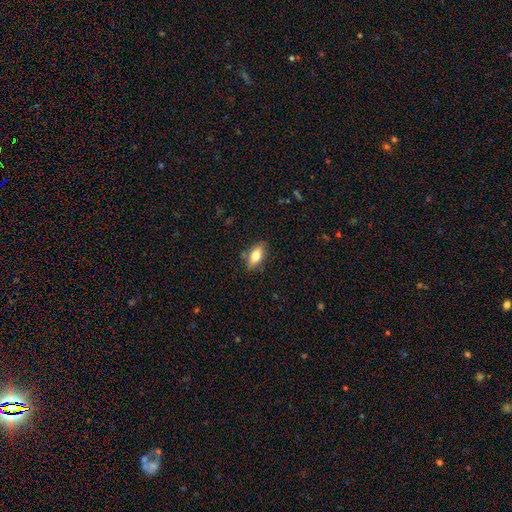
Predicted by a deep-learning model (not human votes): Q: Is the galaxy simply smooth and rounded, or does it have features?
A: smooth — 75%.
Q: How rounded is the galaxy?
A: in between — 85%.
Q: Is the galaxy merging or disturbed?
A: none — 79%.